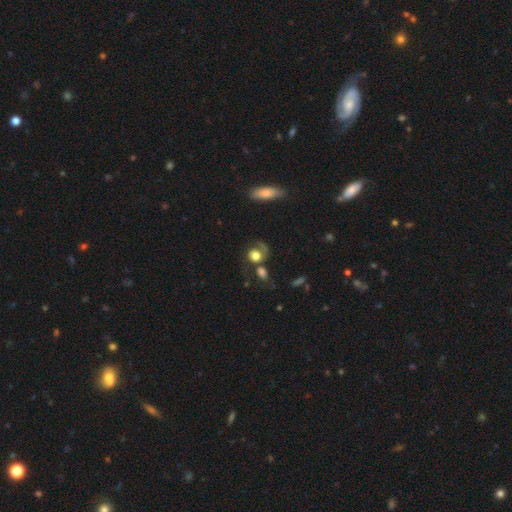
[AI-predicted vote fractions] A smooth galaxy with no disk features (55%) that is round (68%). Merging: none (33%).